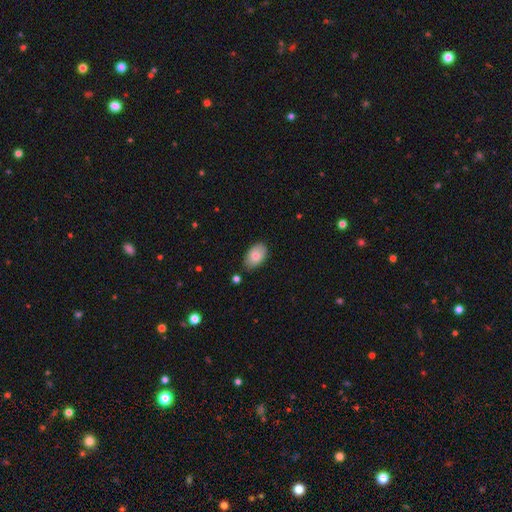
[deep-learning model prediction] smooth_or_featured: smooth (p=0.79) [alt: featured or disk p=0.15]
how_rounded: in between (p=0.92) [alt: round p=0.07]
merging: none (p=0.80) [alt: minor disturbance p=0.15]